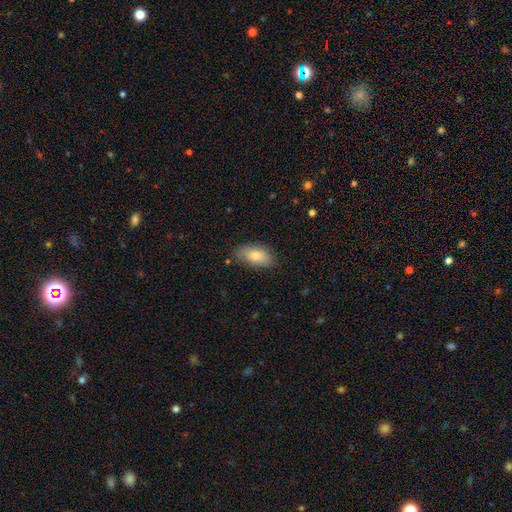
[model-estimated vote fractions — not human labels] A smooth galaxy with no disk features (77%) that is in between round and cigar-shaped (89%).

Vote fractions:
- Smooth or featured? smooth: 77% / featured or disk: 16% / star or artifact: 7%
- How rounded? in between: 89% / cigar-shaped: 7% / round: 4%
- Merging? none: 80% / minor disturbance: 16% / major disturbance: 3% / merger: 1%